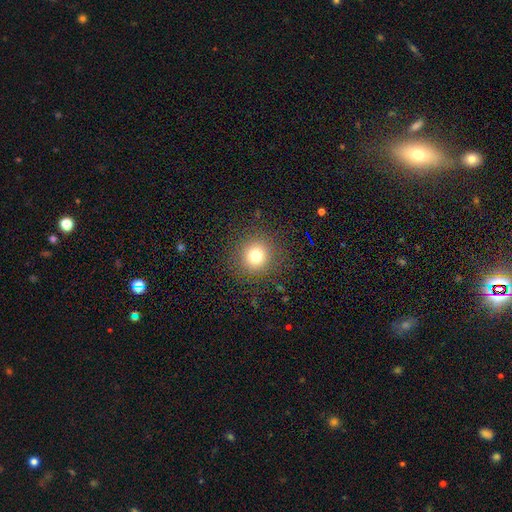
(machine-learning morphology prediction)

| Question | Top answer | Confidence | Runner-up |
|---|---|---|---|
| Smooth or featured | smooth | 77% | star or artifact (15%) |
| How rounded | round | 92% | in between (7%) |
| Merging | none | 89% | minor disturbance (7%) |